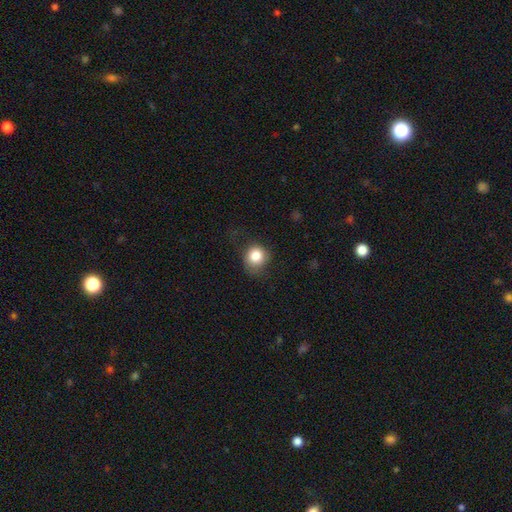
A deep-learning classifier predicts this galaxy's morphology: Overall: smooth (83%). How rounded: round (80%). Merging: none (66%).